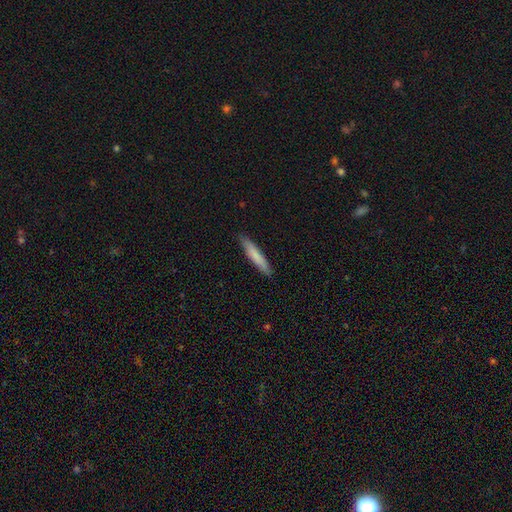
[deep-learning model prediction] This appears to be a smooth galaxy with no disk features (79%) that is cigar-shaped (93%). Merging: none (90%).